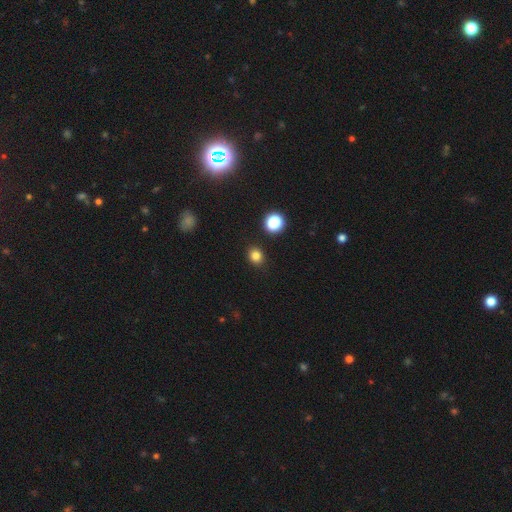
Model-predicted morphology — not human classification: smooth_or_featured: smooth (p=0.81) [alt: star or artifact p=0.15]
how_rounded: round (p=0.73) [alt: in between p=0.26]
merging: none (p=0.89) [alt: minor disturbance p=0.07]